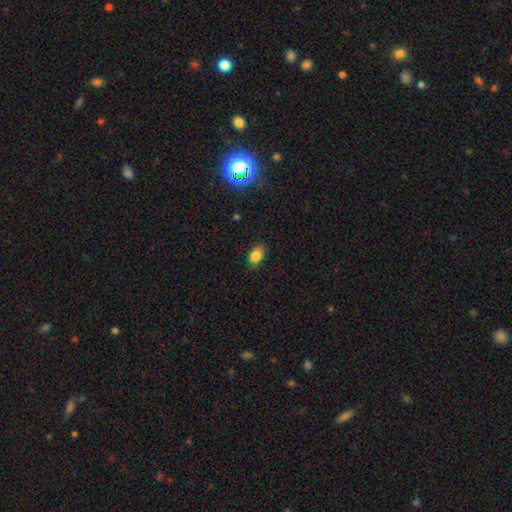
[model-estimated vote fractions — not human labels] A smooth galaxy with no disk features (82%) that is in between round and cigar-shaped (85%).

Vote fractions:
- Smooth or featured? smooth: 82% / star or artifact: 10% / featured or disk: 8%
- How rounded? in between: 85% / round: 13% / cigar-shaped: 2%
- Merging? none: 78% / minor disturbance: 18% / major disturbance: 3% / merger: 1%